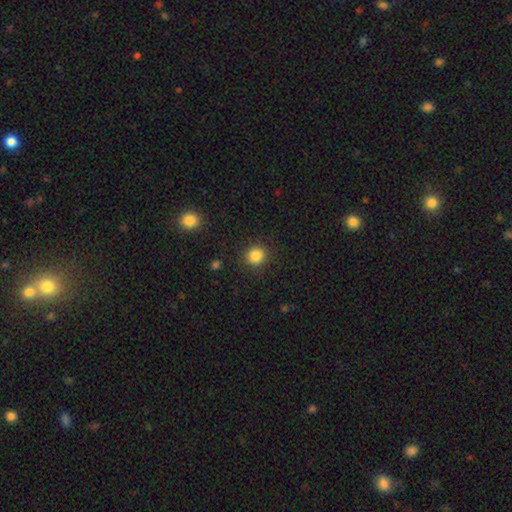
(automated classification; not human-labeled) A smooth galaxy with no disk features (86%) that is round (86%). Merging: none (90%).